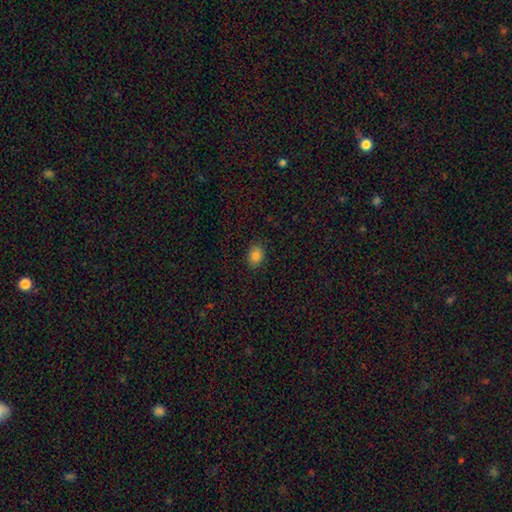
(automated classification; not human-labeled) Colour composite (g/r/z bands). It shows a smooth galaxy with no disk features (85%) that is in between round and cigar-shaped (63%). Merging: none (87%).